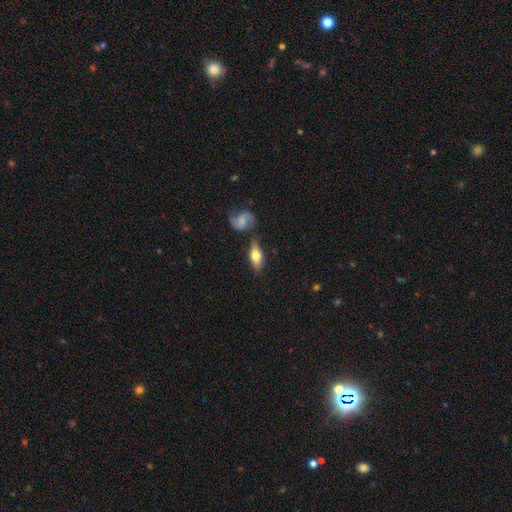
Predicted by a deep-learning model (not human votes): The model was most divided on "smooth or featured": smooth: 59%, featured or disk: 35%, star or artifact: 6%. More confident: how rounded — in between (75%); merging — none (74%).